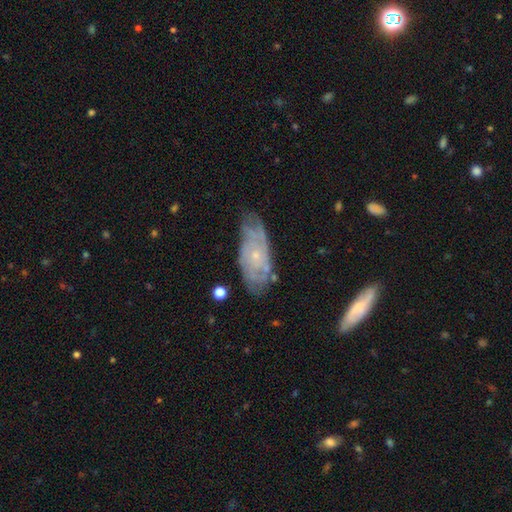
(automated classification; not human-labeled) Smooth or featured: featured or disk — 77% (smooth — 16%)
Edge-on disk: no — 92% (yes — 8%)
Bar: no — 80% (weak — 17%)
Spiral arms: yes — 89% (no — 11%)
Spiral winding: tight — 67% (medium — 25%)
Spiral arm count: can't tell — 48% (2 — 19%)
Bulge size: small — 79% (moderate — 16%)
Merging: none — 66% (minor disturbance — 24%)